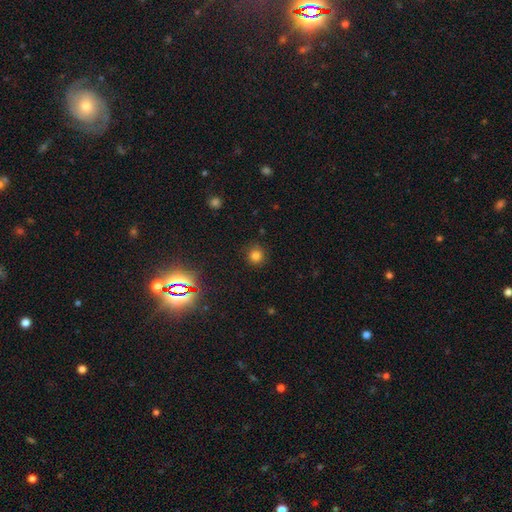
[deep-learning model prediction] Smooth or featured? smooth (77%)
How rounded? round (93%)
Merging? none (88%)